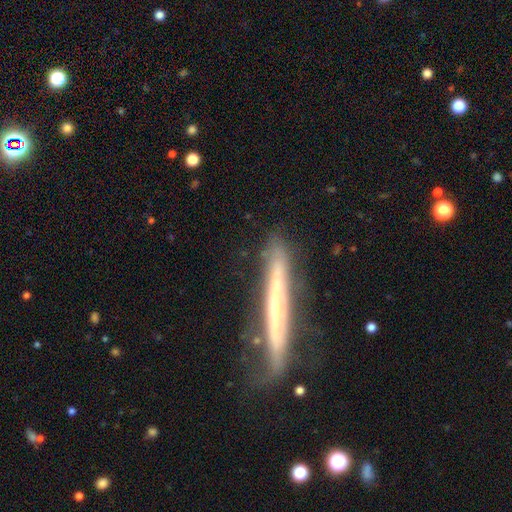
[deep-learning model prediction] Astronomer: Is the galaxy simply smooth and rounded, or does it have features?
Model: featured or disk — 63%.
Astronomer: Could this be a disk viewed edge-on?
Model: yes — 91%.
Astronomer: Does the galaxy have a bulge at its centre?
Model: none — 71%.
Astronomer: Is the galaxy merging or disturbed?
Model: none — 72%.